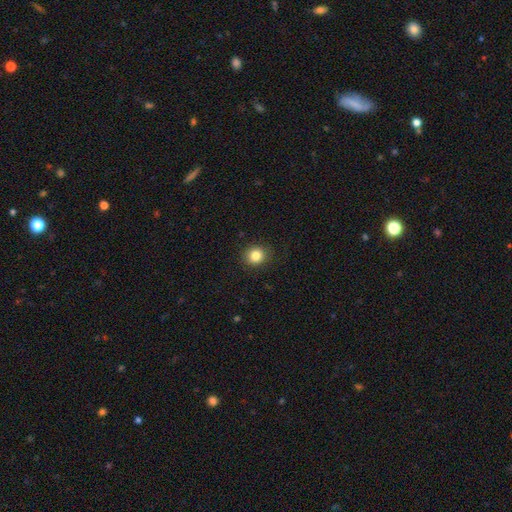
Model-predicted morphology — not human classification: Smooth or featured?
  - smooth: 84% *
  - star or artifact: 11%
  - featured or disk: 6%
How rounded?
  - round: 82% *
  - in between: 17%
  - cigar-shaped: 1%
Merging?
  - none: 89% *
  - minor disturbance: 7%
  - major disturbance: 2%
  - merger: 1%